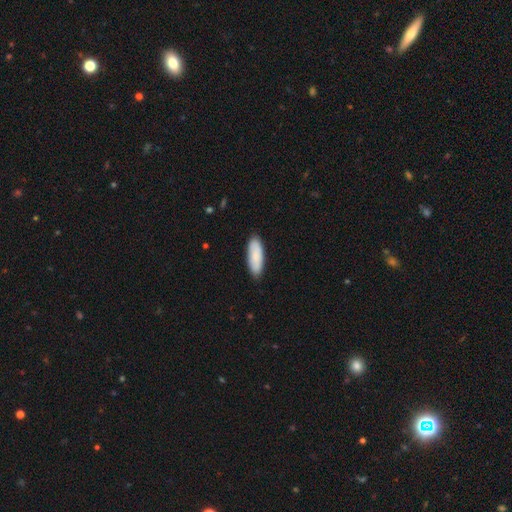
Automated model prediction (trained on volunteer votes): Morphology: type=smooth (87%); roundness=in between (62%); merging=none (86%).